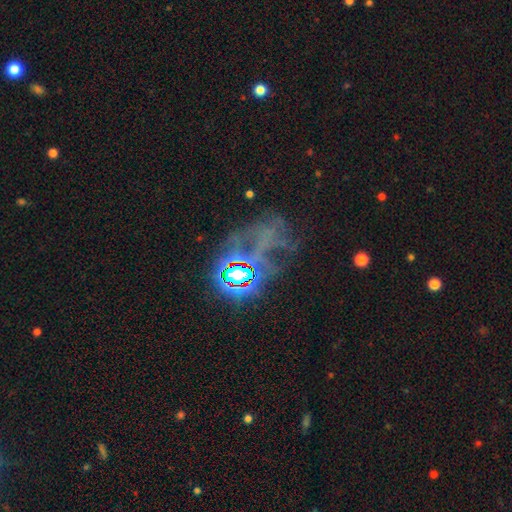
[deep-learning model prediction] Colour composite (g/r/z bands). It shows a star or artifact, not a galaxy (56%).